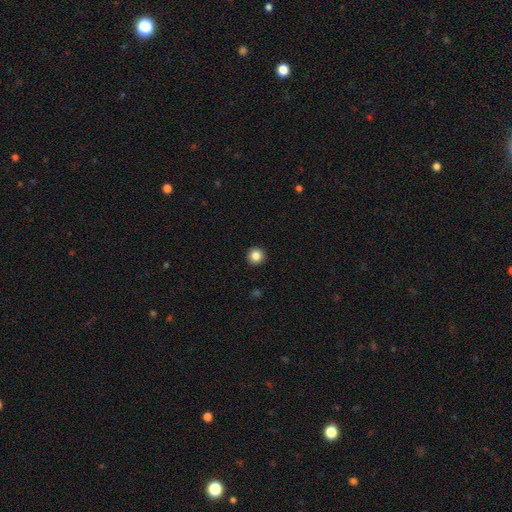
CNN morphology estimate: The model was most divided on "smooth or featured": smooth: 85%, star or artifact: 10%, featured or disk: 4%. More confident: how rounded — round (95%); merging — none (93%).